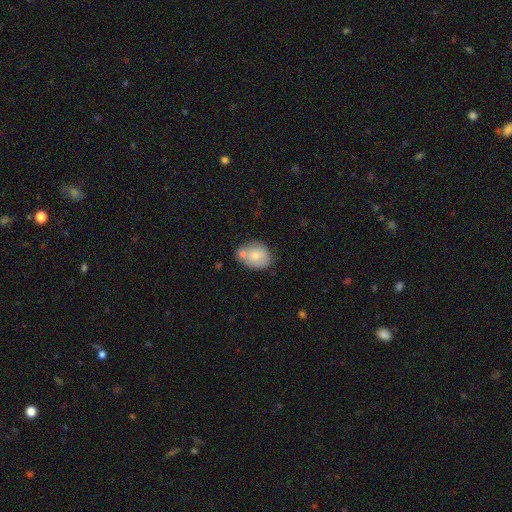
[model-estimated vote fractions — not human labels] smooth-or-featured: smooth: 72% | featured or disk: 20% | star or artifact: 8%
  how-rounded: in between: 53% | round: 46% | cigar-shaped: 1%
  merging: none: 50% | merger: 29% | minor disturbance: 17% | major disturbance: 4%